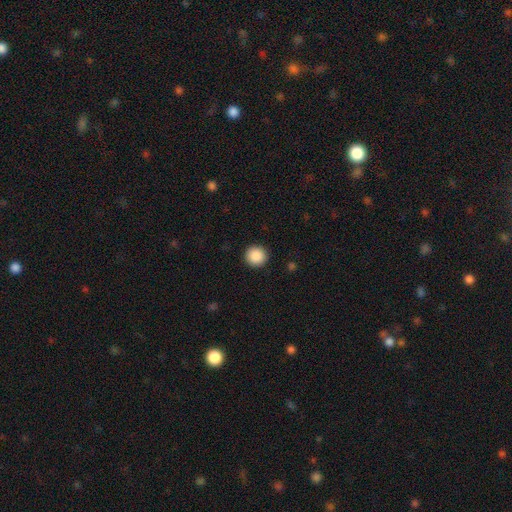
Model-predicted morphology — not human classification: smooth-or-featured: smooth: 89% | star or artifact: 8% | featured or disk: 3%
  how-rounded: round: 95% | in between: 4% | cigar-shaped: 1%
  merging: none: 93% | minor disturbance: 5% | major disturbance: 2% | merger: 1%